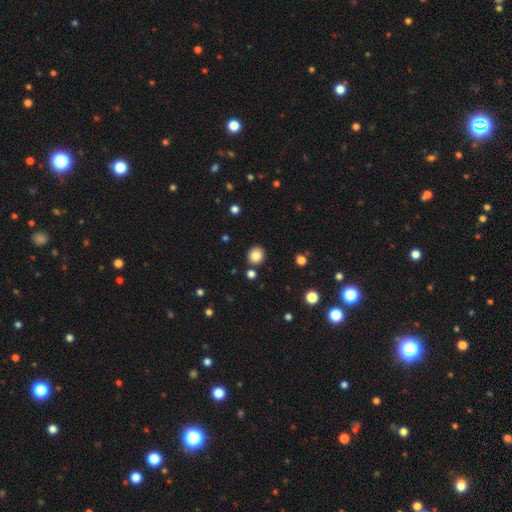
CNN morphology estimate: Smooth or featured: smooth — 84% (star or artifact — 11%)
How rounded: round — 88% (in between — 11%)
Merging: none — 88% (minor disturbance — 6%)